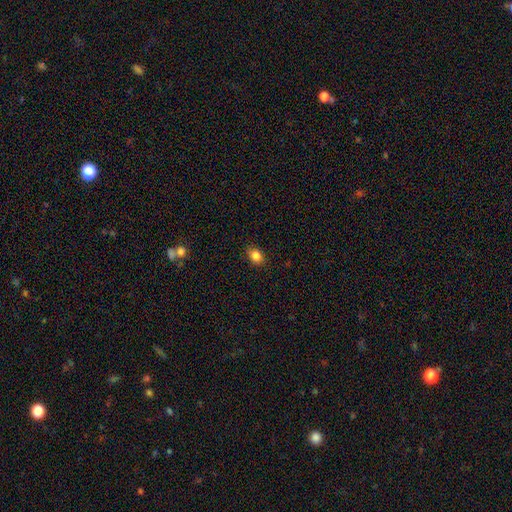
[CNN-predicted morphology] smooth-or-featured: smooth: 84% | star or artifact: 11% | featured or disk: 5%
  how-rounded: round: 50% | in between: 49% | cigar-shaped: 1%
  merging: none: 88% | minor disturbance: 9% | major disturbance: 2% | merger: 1%